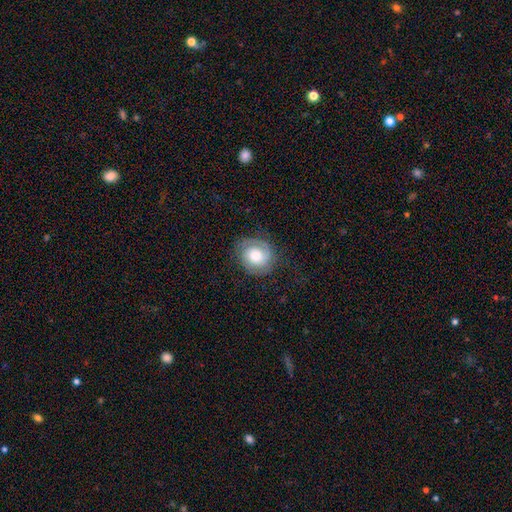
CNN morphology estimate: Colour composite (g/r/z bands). It shows a featured or disk galaxy (55%) with no bar (75%), spiral arms (86%) and a moderate central bulge (57%). Merging: none (73%).